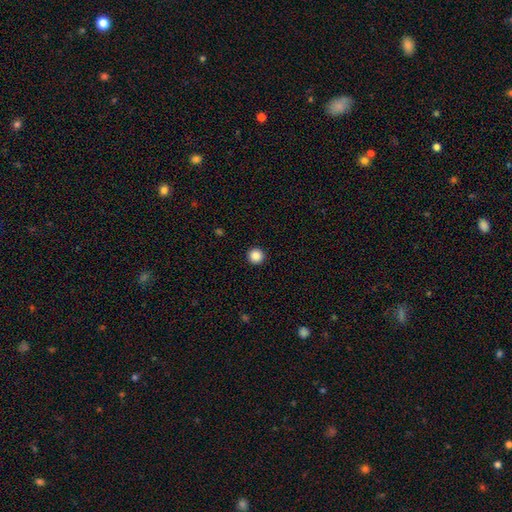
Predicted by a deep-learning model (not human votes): The model was most divided on "smooth or featured": smooth: 87%, star or artifact: 10%, featured or disk: 3%. More confident: how rounded — round (96%); merging — none (94%).